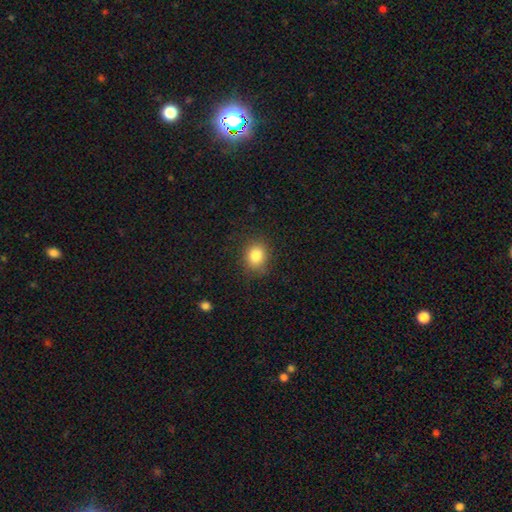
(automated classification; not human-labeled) The model was most divided on "how rounded": round: 68%, in between: 31%, cigar-shaped: 1%. More confident: merging — none (83%); smooth or featured — smooth (82%).